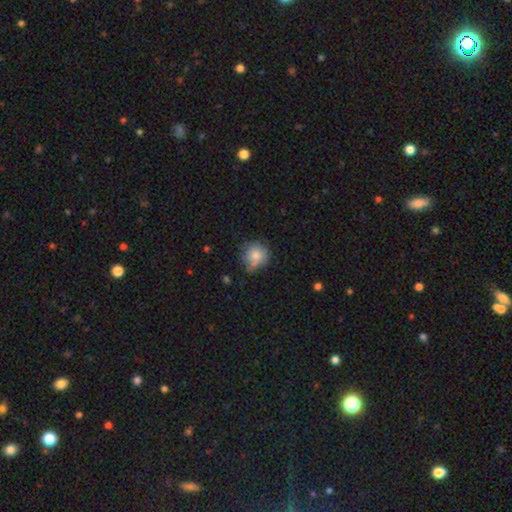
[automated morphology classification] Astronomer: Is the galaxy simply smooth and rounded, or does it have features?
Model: smooth — 77%.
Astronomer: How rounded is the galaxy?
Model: round — 83%.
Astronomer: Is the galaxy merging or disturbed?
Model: none — 53% (runner-up: minor disturbance, 34%).